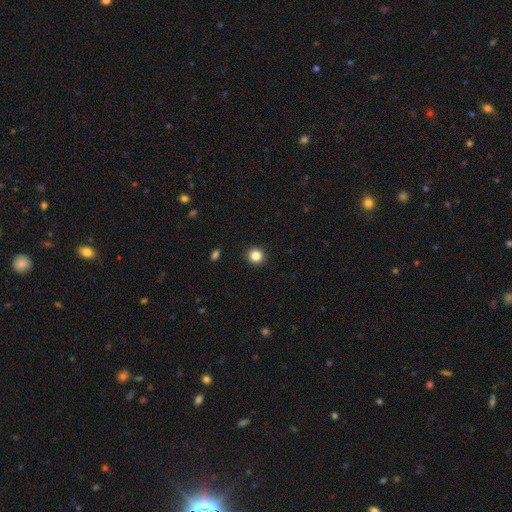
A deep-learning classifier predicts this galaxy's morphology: A smooth galaxy with no disk features (85%) that is round (94%).

Vote fractions:
- Smooth or featured? smooth: 85% / star or artifact: 11% / featured or disk: 4%
- How rounded? round: 94% / in between: 5% / cigar-shaped: 1%
- Merging? none: 93% / minor disturbance: 5% / major disturbance: 2% / merger: 1%